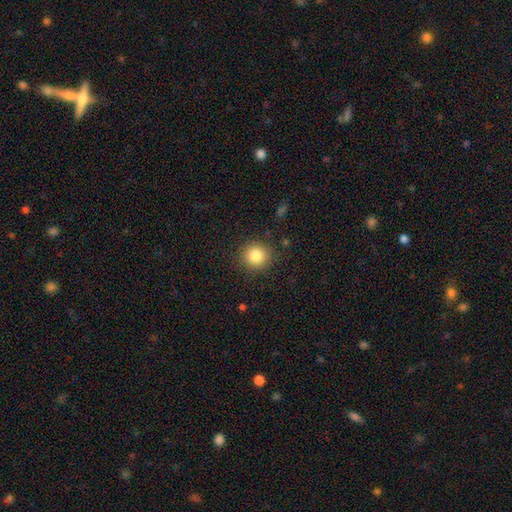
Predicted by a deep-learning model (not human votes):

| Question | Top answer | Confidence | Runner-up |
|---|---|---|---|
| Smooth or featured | smooth | 84% | star or artifact (10%) |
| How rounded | round | 93% | in between (6%) |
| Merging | none | 89% | minor disturbance (7%) |